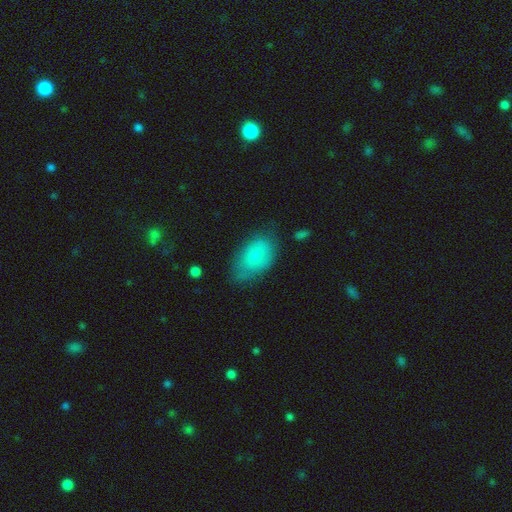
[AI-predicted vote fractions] Q: Smooth or featured?
A: smooth (70%); runner-up: featured or disk (23%)
Q: How rounded?
A: in between (90%); runner-up: round (9%)
Q: Merging?
A: none (60%); runner-up: minor disturbance (29%)